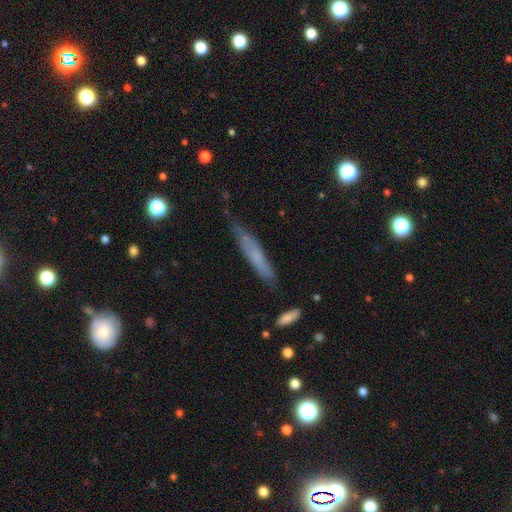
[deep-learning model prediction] smooth 57%, featured or disk 35%, star or artifact 8%. Down the decision tree: how rounded — cigar-shaped (88%); merging — none (63%).